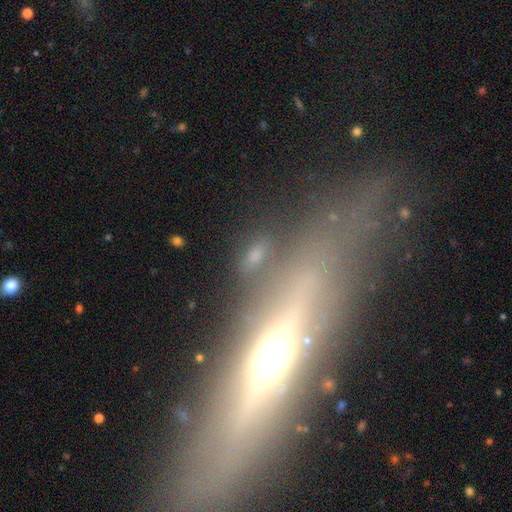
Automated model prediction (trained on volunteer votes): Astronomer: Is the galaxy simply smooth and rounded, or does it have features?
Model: smooth — 59%.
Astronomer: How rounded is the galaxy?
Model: in between — 75%.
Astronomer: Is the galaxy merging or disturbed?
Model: none — 68%.